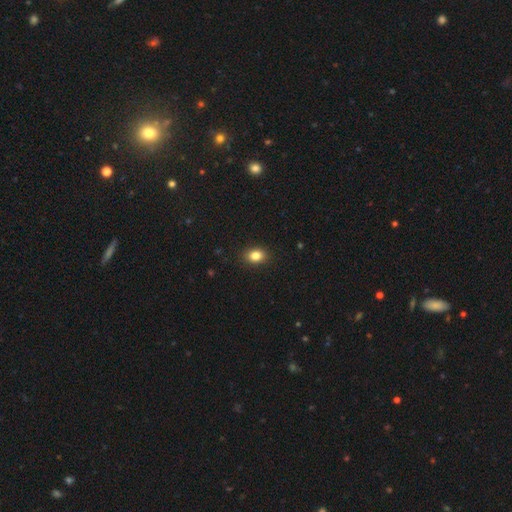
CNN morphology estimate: smooth 84%, star or artifact 10%, featured or disk 6%. Down the decision tree: how rounded — in between (68%); merging — none (90%).